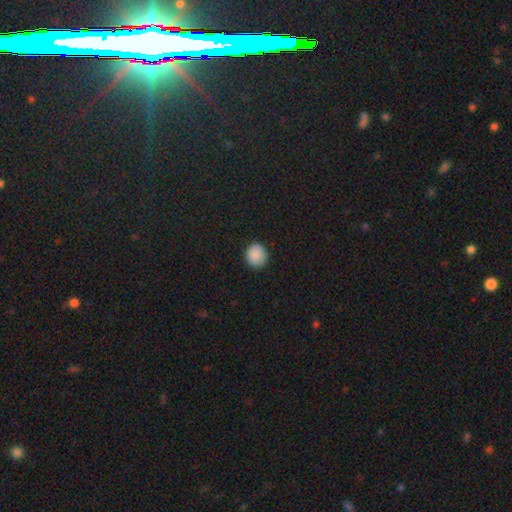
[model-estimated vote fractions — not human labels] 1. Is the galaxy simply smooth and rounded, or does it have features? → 89% smooth, 8% star or artifact, 3% featured or disk.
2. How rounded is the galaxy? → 84% round, 15% in between, 1% cigar-shaped.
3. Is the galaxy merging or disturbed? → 89% none, 8% minor disturbance, 2% major disturbance, 1% merger.